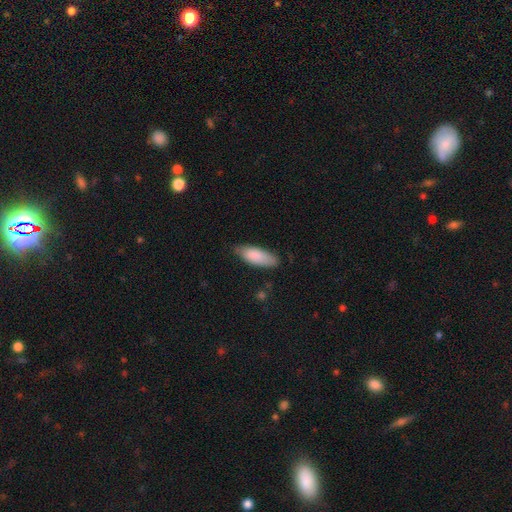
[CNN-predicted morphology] The model was most divided on "how rounded": in between: 73%, cigar-shaped: 25%, round: 2%. More confident: smooth or featured — smooth (86%); merging — none (75%).